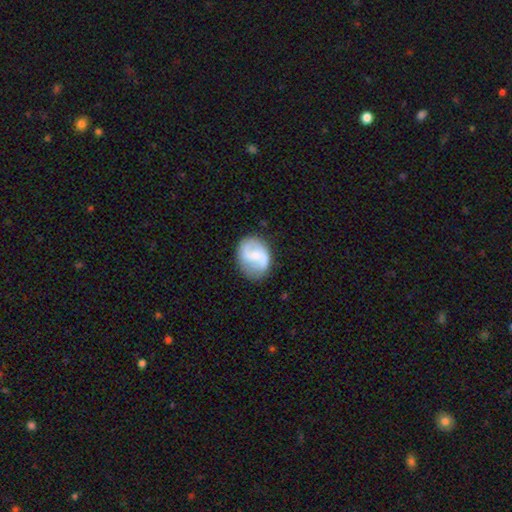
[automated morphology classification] Smooth or featured? featured or disk (62%)
Edge-on disk? no (98%)
Bar? weak (49%)
Spiral arms? yes (86%)
Spiral winding? loose (47%)
Spiral arm count? 2 (86%)
Bulge size? small (50%)
Merging? none (74%)